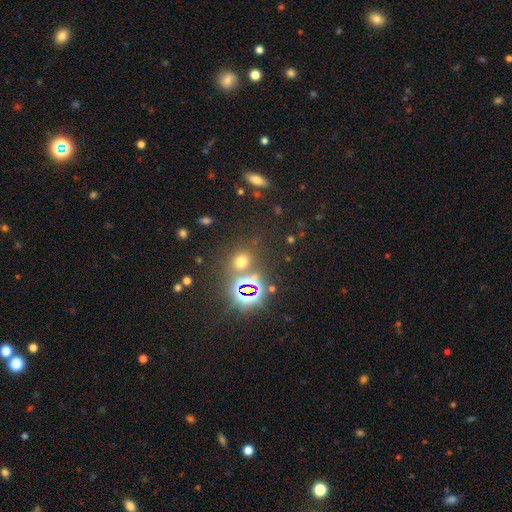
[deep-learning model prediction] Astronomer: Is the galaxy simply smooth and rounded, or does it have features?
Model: star or artifact — 73%.